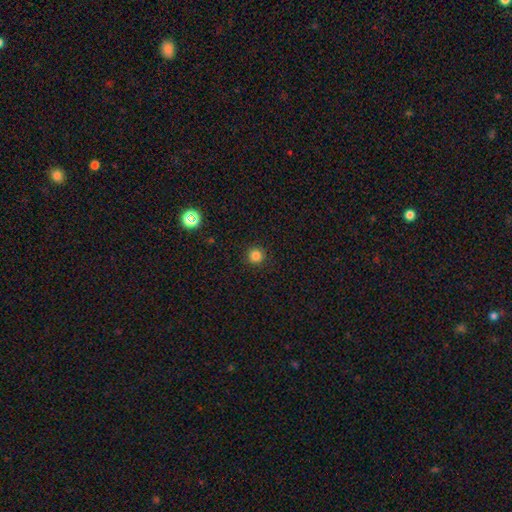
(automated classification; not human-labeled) A smooth galaxy with no disk features (82%) that is round (95%). Merging: none (92%).